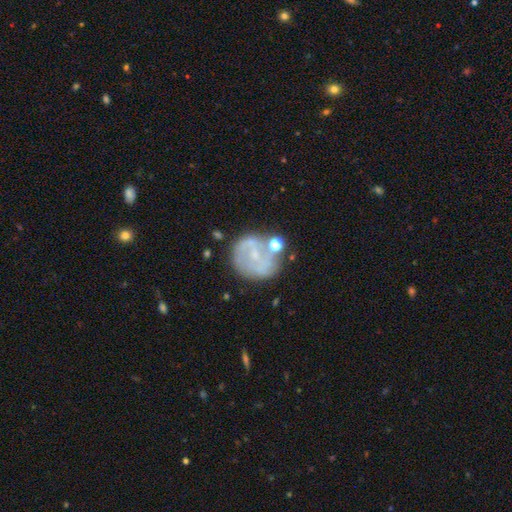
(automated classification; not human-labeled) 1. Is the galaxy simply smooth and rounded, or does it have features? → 61% featured or disk, 28% smooth, 11% star or artifact.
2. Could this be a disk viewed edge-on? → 98% no, 2% yes.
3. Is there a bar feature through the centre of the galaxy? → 50% no, 38% weak, 12% strong.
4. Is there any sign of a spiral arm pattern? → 60% yes, 40% no.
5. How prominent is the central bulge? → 61% small, 21% none, 15% moderate, 1% large, 1% dominant.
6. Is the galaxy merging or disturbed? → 58% none, 19% minor disturbance, 12% major disturbance, 11% merger.